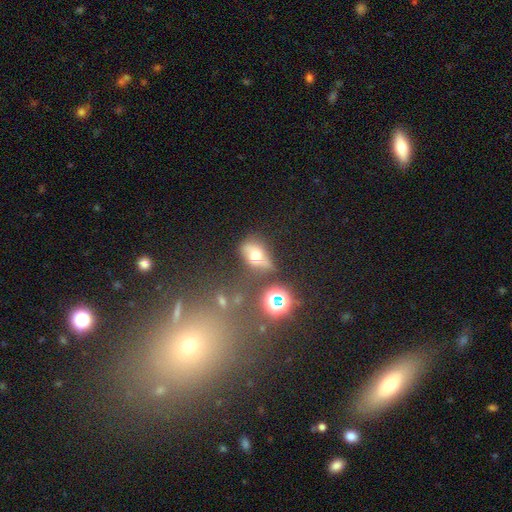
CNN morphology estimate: smooth 53%, featured or disk 27%, star or artifact 20%. Down the decision tree: how rounded — in between (69%); merging — none (55%).